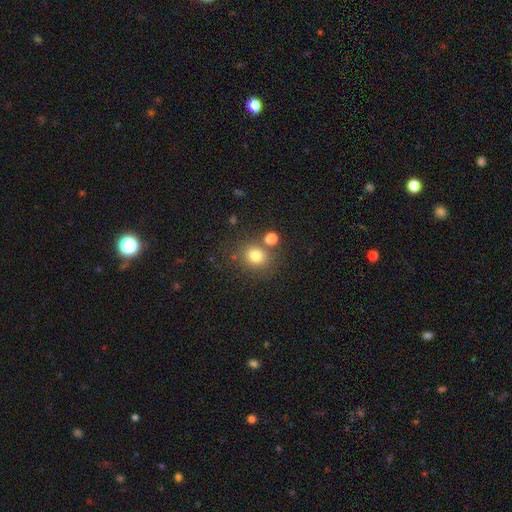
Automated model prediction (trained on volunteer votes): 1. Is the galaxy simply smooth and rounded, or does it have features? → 78% smooth, 13% star or artifact, 8% featured or disk.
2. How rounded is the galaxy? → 74% round, 26% in between, 1% cigar-shaped.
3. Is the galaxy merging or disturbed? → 69% none, 16% merger, 11% minor disturbance, 4% major disturbance.